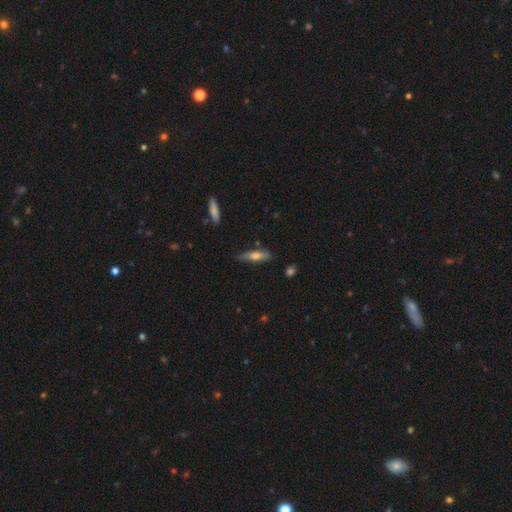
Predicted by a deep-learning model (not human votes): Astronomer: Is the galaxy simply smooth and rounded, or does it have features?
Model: smooth — 61%.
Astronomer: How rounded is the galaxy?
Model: cigar-shaped — 67%.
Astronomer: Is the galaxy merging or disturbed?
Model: none — 74%.